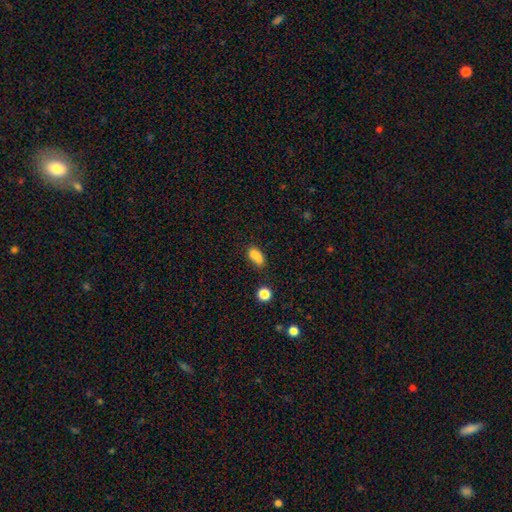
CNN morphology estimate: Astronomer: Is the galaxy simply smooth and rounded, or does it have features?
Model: smooth — 74%.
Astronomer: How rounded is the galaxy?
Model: in between — 69%.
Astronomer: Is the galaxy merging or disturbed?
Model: merger — 48% (runner-up: none, 31%).